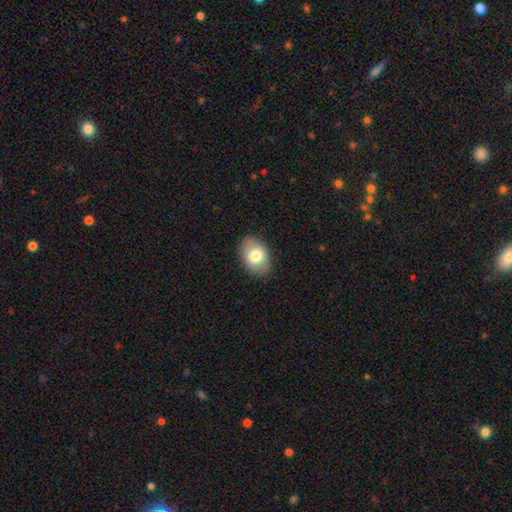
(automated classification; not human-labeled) This is likely a smooth galaxy (79%). How rounded: clearly in between (84%). Merging: clearly none (86%).